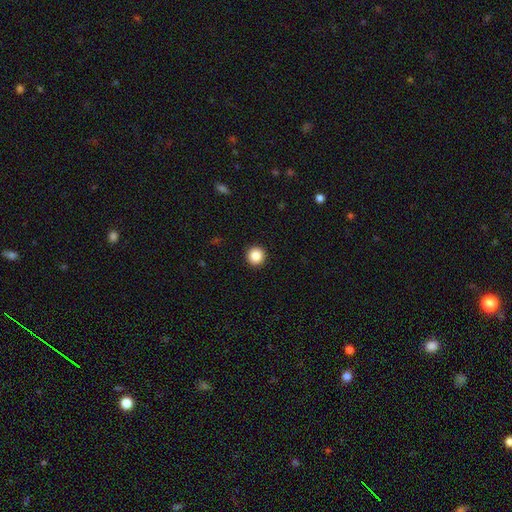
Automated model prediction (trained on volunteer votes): smooth_or_featured: smooth (p=0.87) [alt: star or artifact p=0.10]
how_rounded: round (p=0.96) [alt: in between p=0.04]
merging: none (p=0.93) [alt: minor disturbance p=0.04]